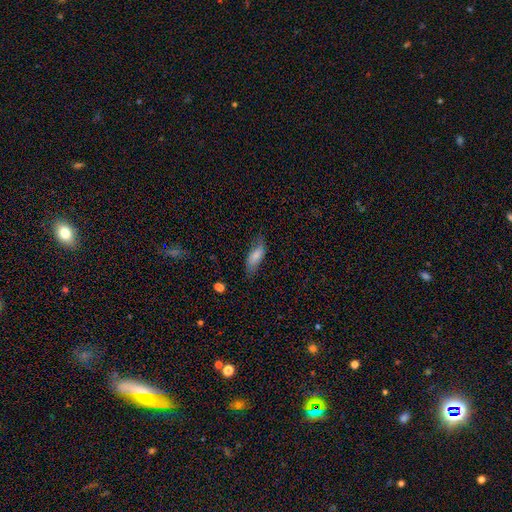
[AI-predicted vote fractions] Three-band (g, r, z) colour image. It shows a smooth galaxy with no disk features (75%) that is in between round and cigar-shaped (74%). Merging: none (63%).